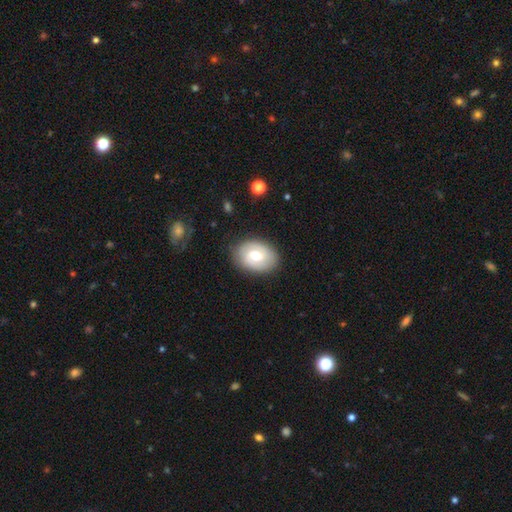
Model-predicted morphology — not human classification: A smooth galaxy with no disk features (49%). Merging: none (83%).